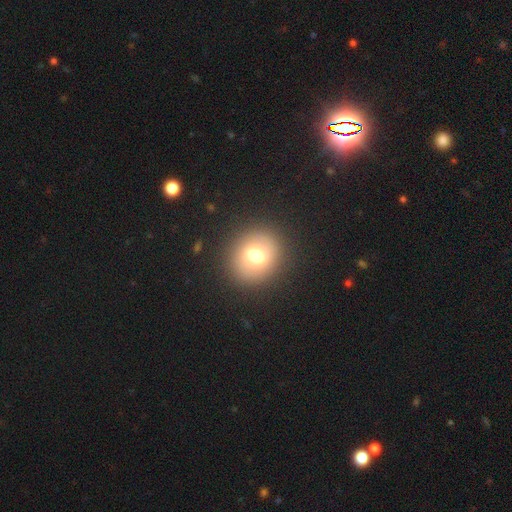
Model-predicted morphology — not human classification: The model was most divided on "smooth or featured": smooth: 69%, featured or disk: 19%, star or artifact: 12%. More confident: merging — none (88%); how rounded — round (80%).